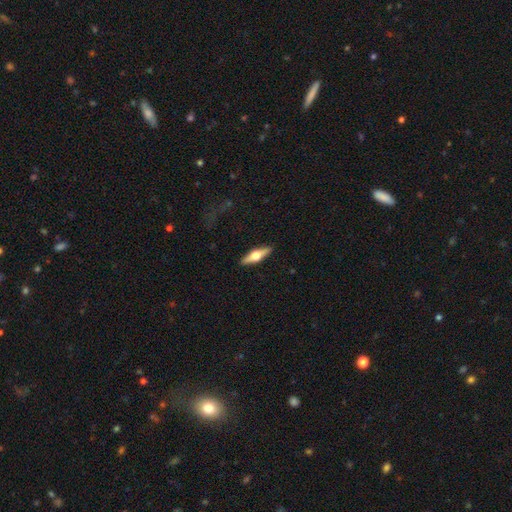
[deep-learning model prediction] Smooth or featured? Predicted: featured or disk (p=0.60). Edge-on disk? Predicted: yes (p=0.94). Edge-on bulge? Predicted: rounded (p=0.96). Merging? Predicted: none (p=0.90).